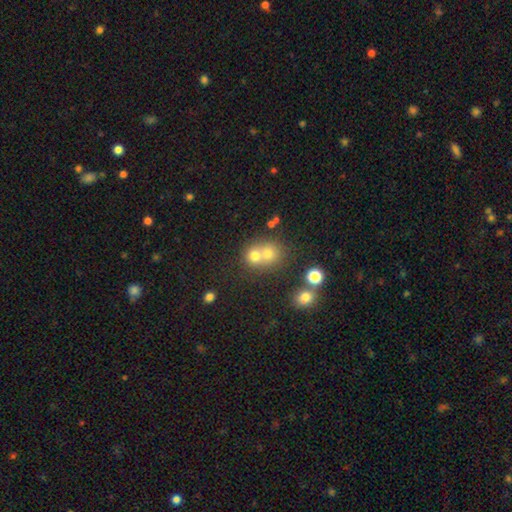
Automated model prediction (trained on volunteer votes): Smooth or featured?
  - smooth: 69% *
  - star or artifact: 16%
  - featured or disk: 15%
How rounded?
  - round: 79% *
  - in between: 20%
  - cigar-shaped: 1%
Merging?
  - merger: 58% *
  - none: 34%
  - minor disturbance: 6%
  - major disturbance: 3%